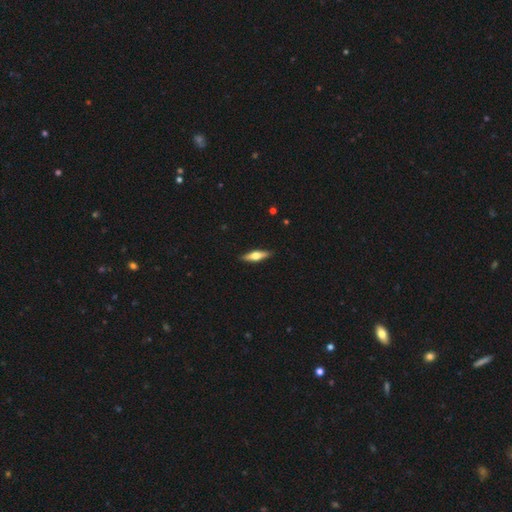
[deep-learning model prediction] This appears to be a featured or disk galaxy (53%) viewed edge-on (94%). Merging: none (90%).